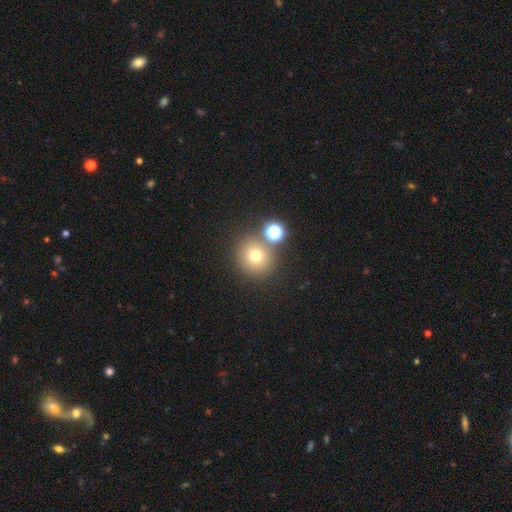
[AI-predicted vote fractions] Smooth or featured? Predicted: smooth (p=0.71). How rounded? Predicted: round (p=0.91). Merging? Predicted: none (p=0.74).